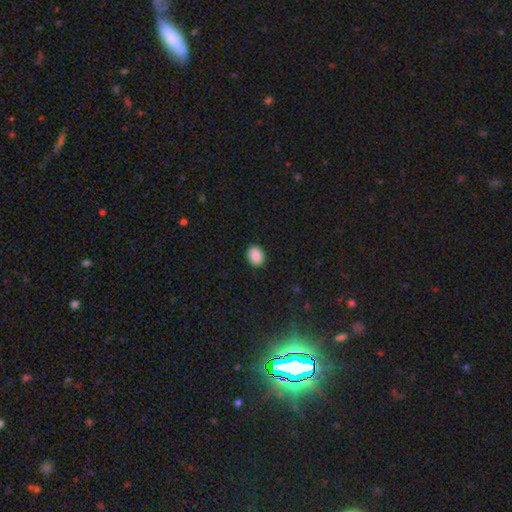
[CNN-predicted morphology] Overall: smooth (89%). How rounded: in between (58%; round 41%). Merging: none (89%).